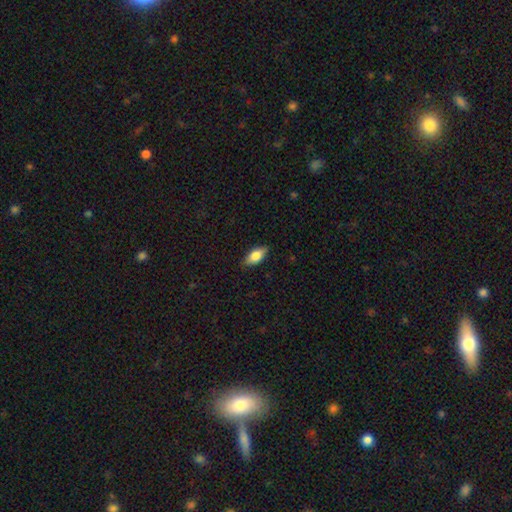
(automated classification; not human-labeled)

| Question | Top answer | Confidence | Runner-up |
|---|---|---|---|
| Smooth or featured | smooth | 78% | featured or disk (15%) |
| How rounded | in between | 85% | cigar-shaped (12%) |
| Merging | none | 85% | minor disturbance (11%) |